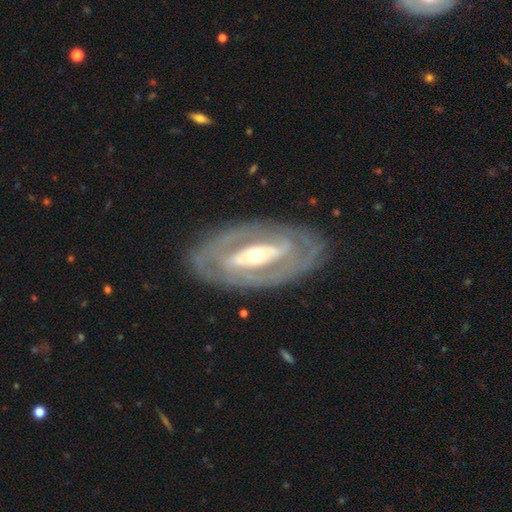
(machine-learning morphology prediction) This is clearly a featured or disk galaxy (83%). It is clearly not viewed edge-on (91%). Bar: marginally strong (45%). Spiral arm pattern: likely yes (63%). Central bulge: likely moderate (61%). Merging: clearly none (82%).